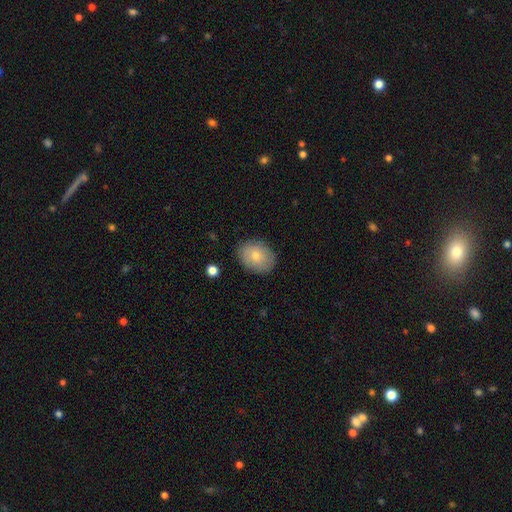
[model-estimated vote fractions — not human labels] A smooth galaxy with no disk features (76%) that is in between round and cigar-shaped (56%). Merging: none (84%).